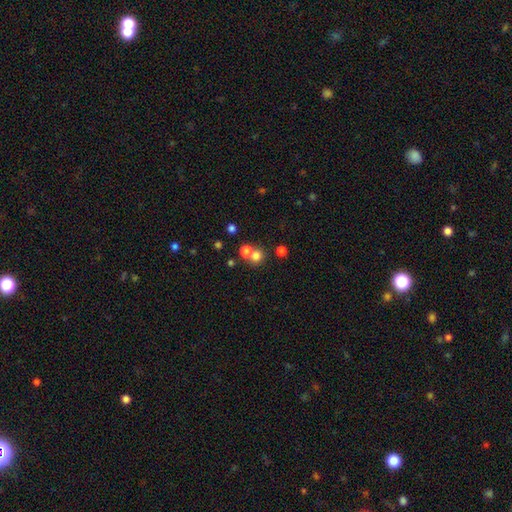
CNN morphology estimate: Smooth or featured?
  - smooth: 75% *
  - star or artifact: 16%
  - featured or disk: 10%
How rounded?
  - round: 86% *
  - in between: 13%
  - cigar-shaped: 1%
Merging?
  - none: 52% *
  - merger: 39%
  - minor disturbance: 6%
  - major disturbance: 3%